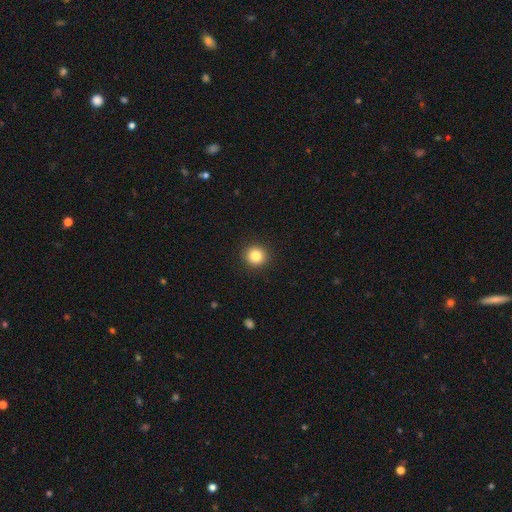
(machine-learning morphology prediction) Smooth or featured?
  - smooth: 83% *
  - star or artifact: 10%
  - featured or disk: 6%
How rounded?
  - round: 93% *
  - in between: 6%
  - cigar-shaped: 1%
Merging?
  - none: 93% *
  - minor disturbance: 5%
  - major disturbance: 2%
  - merger: 1%